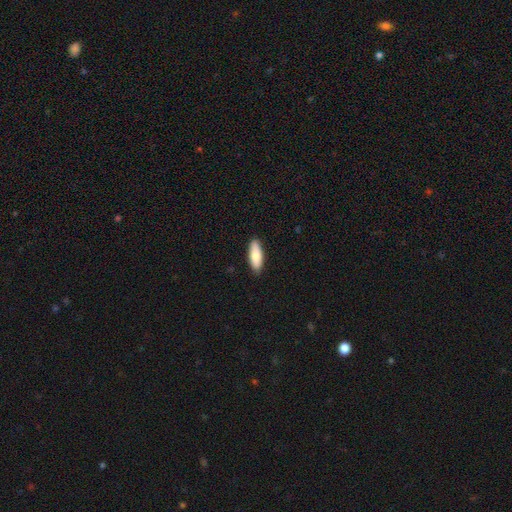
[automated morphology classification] This appears to be a smooth galaxy with no disk features (81%) that is in between round and cigar-shaped (65%). Merging: none (89%).